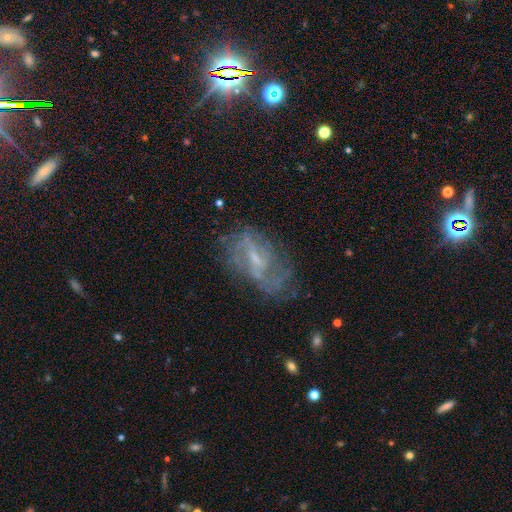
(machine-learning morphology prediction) This is likely a featured or disk galaxy (63%). It is clearly not viewed edge-on (92%). Bar: possibly weak (49%). Spiral arm pattern: likely yes (74%). Central bulge: possibly small (60%). Merging: likely none (61%).